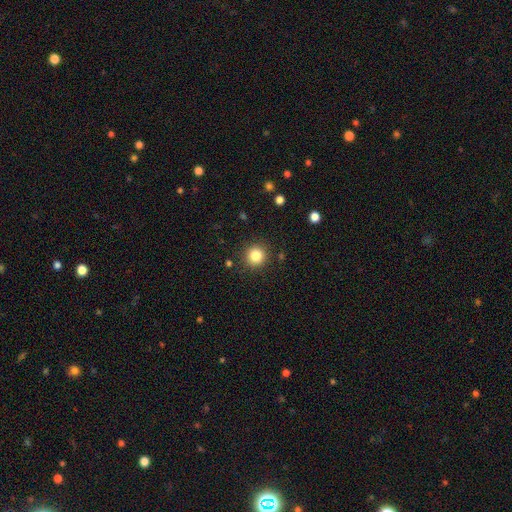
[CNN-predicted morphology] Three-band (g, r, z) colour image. It shows a smooth galaxy with no disk features (84%) that is round (93%). Merging: none (89%).